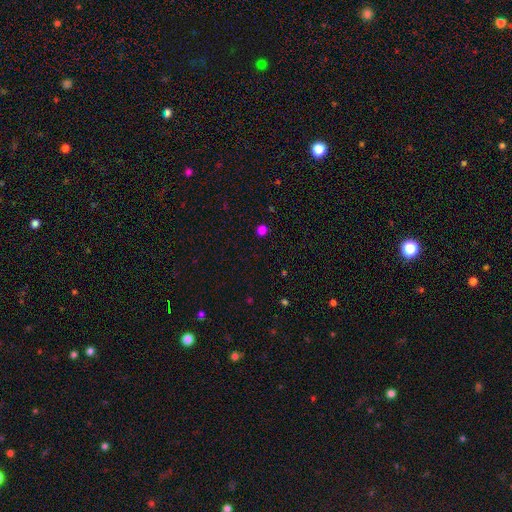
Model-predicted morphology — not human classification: This is likely a smooth galaxy (60%). How rounded: clearly round (87%). Merging: clearly none (89%).